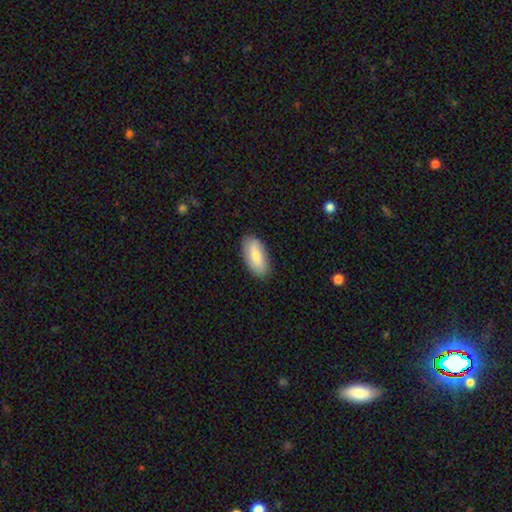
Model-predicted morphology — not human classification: Smooth or featured? Predicted: smooth (p=0.75). How rounded? Predicted: in between (p=0.89). Merging? Predicted: none (p=0.85).